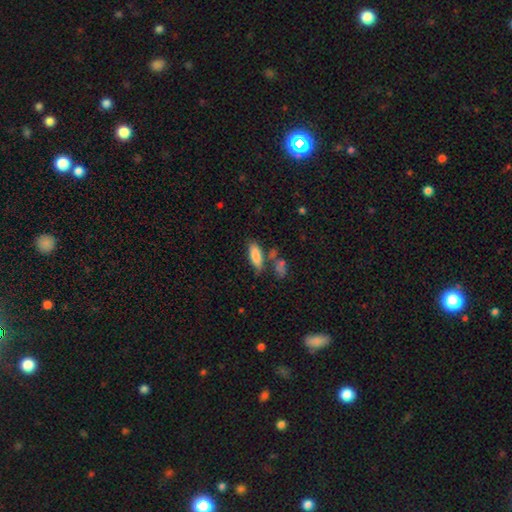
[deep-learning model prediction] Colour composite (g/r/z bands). It shows a smooth galaxy with no disk features (83%) that is in between round and cigar-shaped (68%). Merging: none (61%).